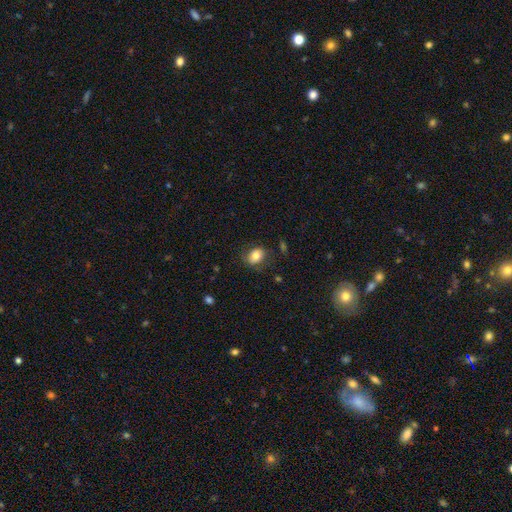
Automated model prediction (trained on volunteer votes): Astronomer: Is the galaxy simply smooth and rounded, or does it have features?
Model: smooth — 77%.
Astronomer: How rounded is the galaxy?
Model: in between — 67%.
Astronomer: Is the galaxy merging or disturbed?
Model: none — 75%.